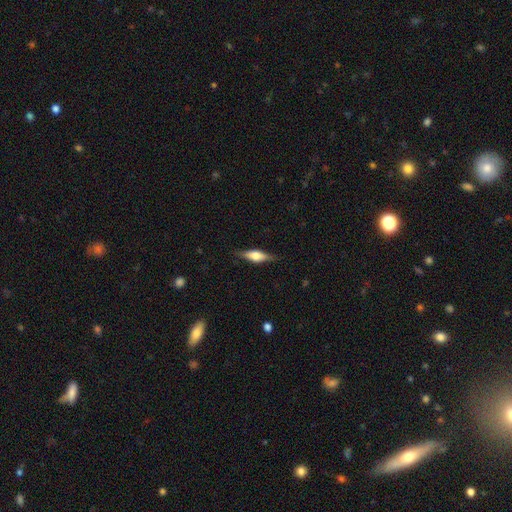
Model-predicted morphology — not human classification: featured or disk 53%, smooth 40%, star or artifact 7%. Down the decision tree: edge-on disk — yes (93%); merging — none (83%).